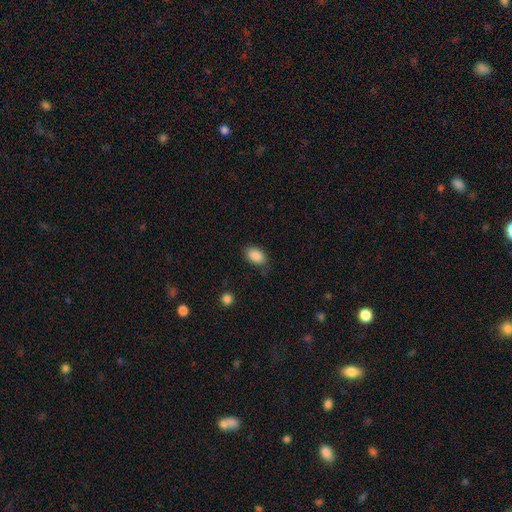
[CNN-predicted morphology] Smooth or featured? Predicted: smooth (p=0.89). How rounded? Predicted: in between (p=0.89). Merging? Predicted: none (p=0.79).